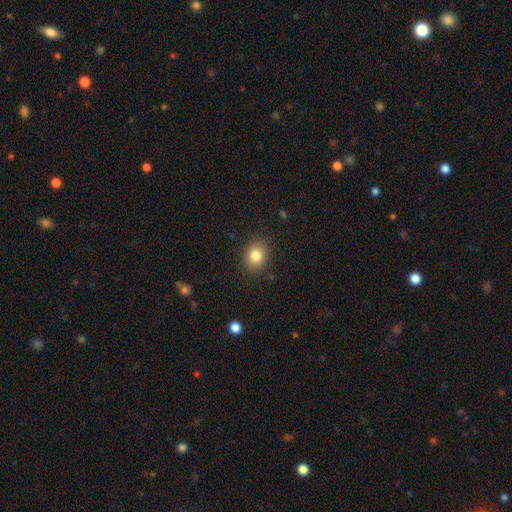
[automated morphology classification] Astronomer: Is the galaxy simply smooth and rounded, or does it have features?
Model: smooth — 82%.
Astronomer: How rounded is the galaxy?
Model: round — 57% (runner-up: in between, 42%).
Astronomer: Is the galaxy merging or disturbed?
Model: none — 88%.